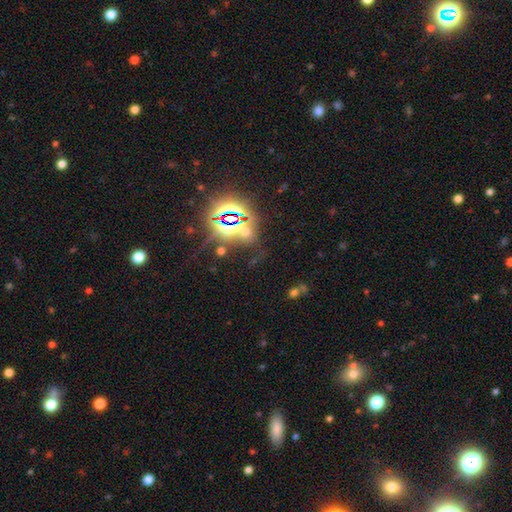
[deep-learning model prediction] Smooth or featured: star or artifact — 79% (smooth — 12%)